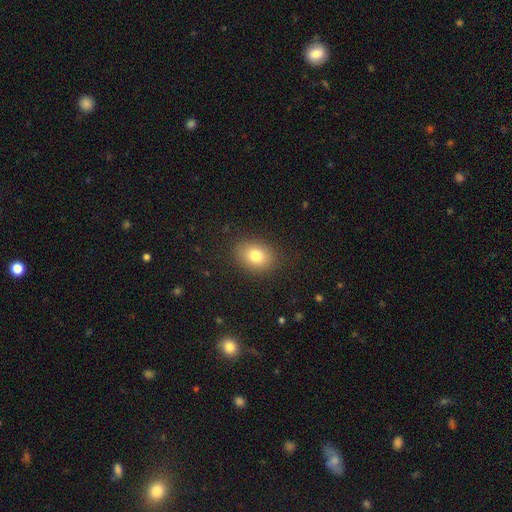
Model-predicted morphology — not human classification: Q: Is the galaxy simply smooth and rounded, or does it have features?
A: smooth — 80%.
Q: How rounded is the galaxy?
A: in between — 63%.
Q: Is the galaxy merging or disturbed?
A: none — 86%.